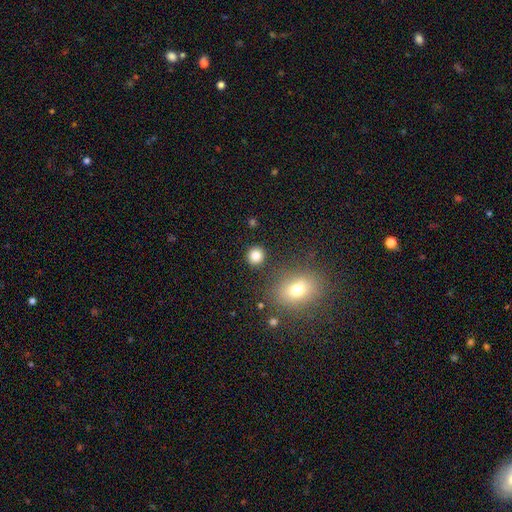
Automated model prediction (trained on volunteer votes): Q: Smooth or featured?
A: smooth (83%); runner-up: star or artifact (12%)
Q: How rounded?
A: round (88%); runner-up: in between (11%)
Q: Merging?
A: none (88%); runner-up: minor disturbance (6%)